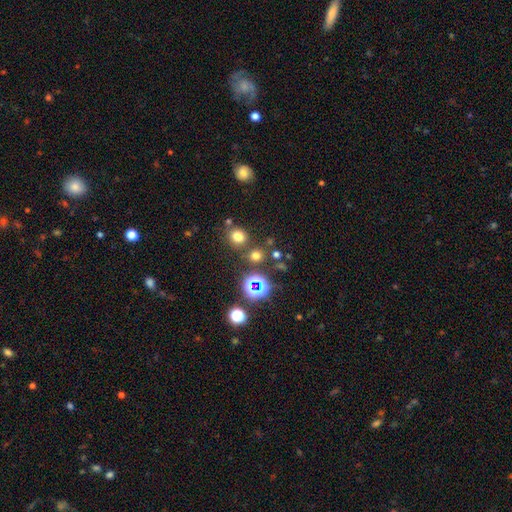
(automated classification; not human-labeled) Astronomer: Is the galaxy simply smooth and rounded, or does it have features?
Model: smooth — 63%.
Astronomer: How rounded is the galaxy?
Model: round — 85%.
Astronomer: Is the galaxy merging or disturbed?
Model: none — 77%.